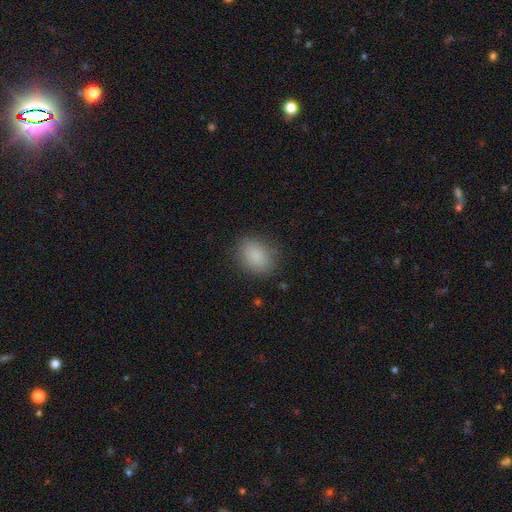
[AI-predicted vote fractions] A smooth galaxy with no disk features (87%) that is in between round and cigar-shaped (63%). Merging: none (82%).